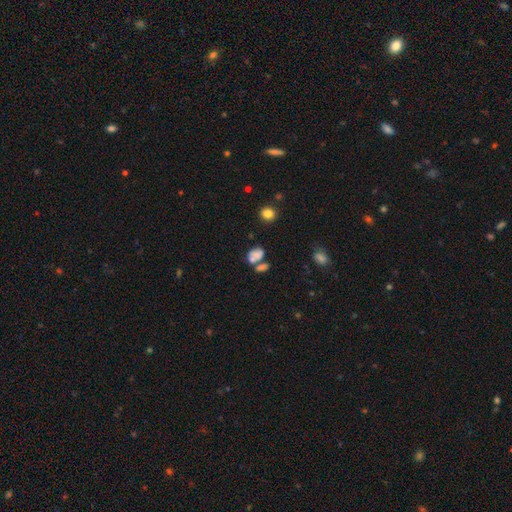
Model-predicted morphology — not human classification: Smooth or featured?
  - smooth: 64% *
  - featured or disk: 23%
  - star or artifact: 14%
How rounded?
  - in between: 68% *
  - round: 30%
  - cigar-shaped: 2%
Merging?
  - merger: 50% *
  - none: 28%
  - minor disturbance: 13%
  - major disturbance: 9%